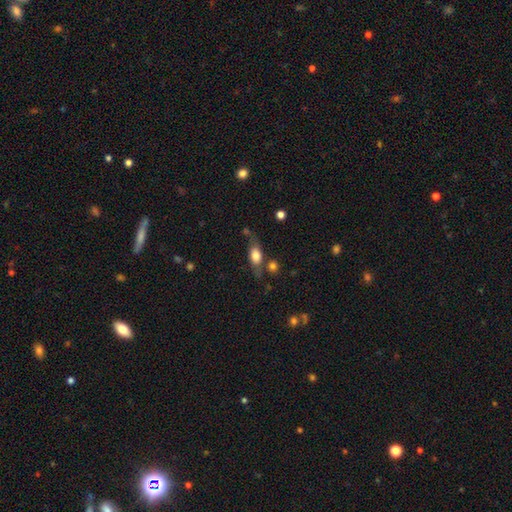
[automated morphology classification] Smooth or featured: smooth — 68% (featured or disk — 24%)
How rounded: in between — 76% (cigar-shaped — 13%)
Merging: none — 57% (minor disturbance — 21%)